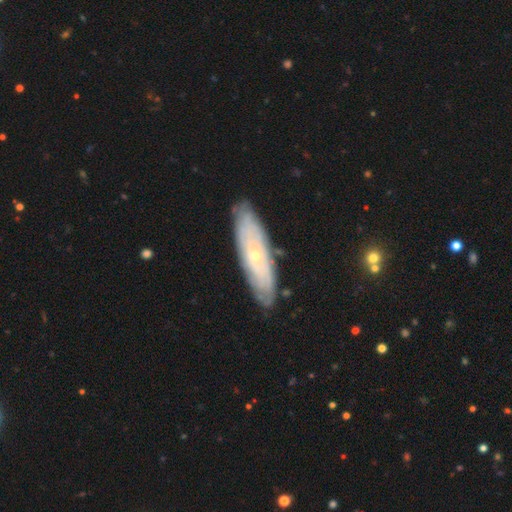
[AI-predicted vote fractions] Smooth or featured? Predicted: featured or disk (p=0.68). Edge-on disk? Predicted: no (p=0.72). Merging? Predicted: none (p=0.84).